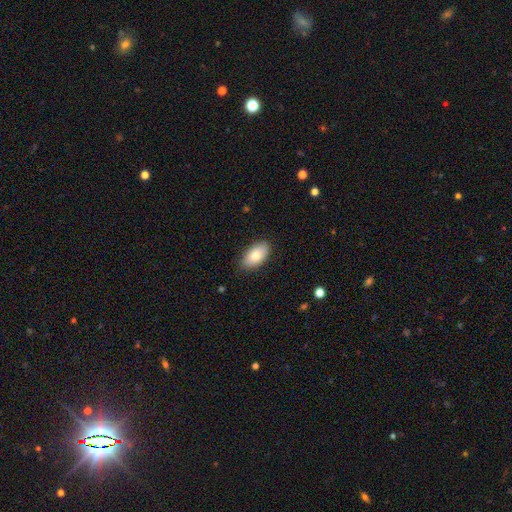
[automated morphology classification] smooth 77%, featured or disk 16%, star or artifact 7%. Down the decision tree: how rounded — in between (93%); merging — none (85%).